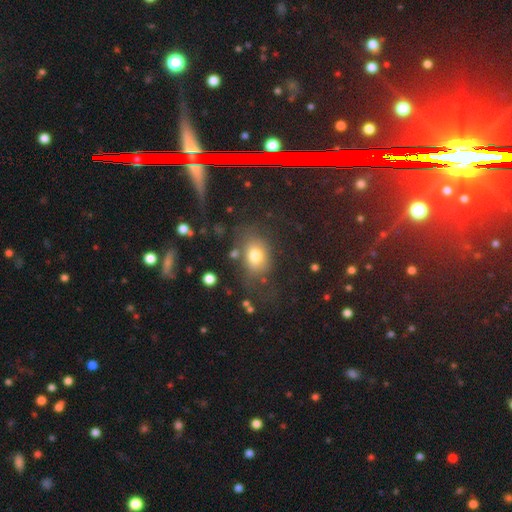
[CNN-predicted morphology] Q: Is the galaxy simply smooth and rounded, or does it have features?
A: smooth — 75%.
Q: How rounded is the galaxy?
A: in between — 68%.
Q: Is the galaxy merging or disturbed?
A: none — 59%.